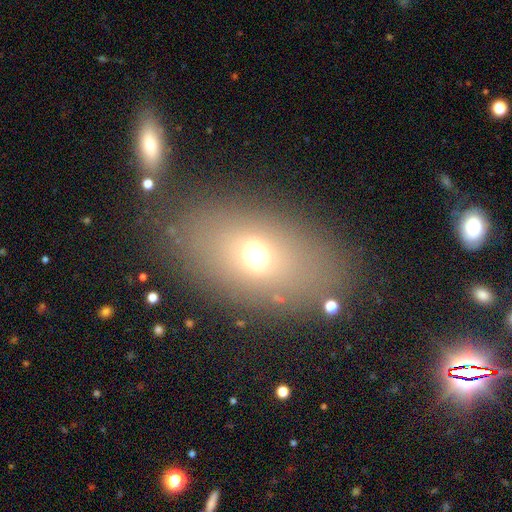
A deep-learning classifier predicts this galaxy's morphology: smooth 63%, featured or disk 20%, star or artifact 16%. Down the decision tree: how rounded — in between (80%); merging — none (80%).